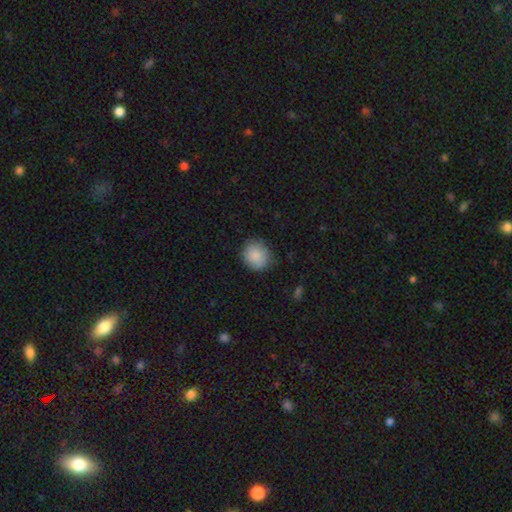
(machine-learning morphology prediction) smooth_or_featured: smooth (p=0.88) [alt: star or artifact p=0.07]
how_rounded: round (p=0.79) [alt: in between p=0.20]
merging: none (p=0.80) [alt: minor disturbance p=0.15]